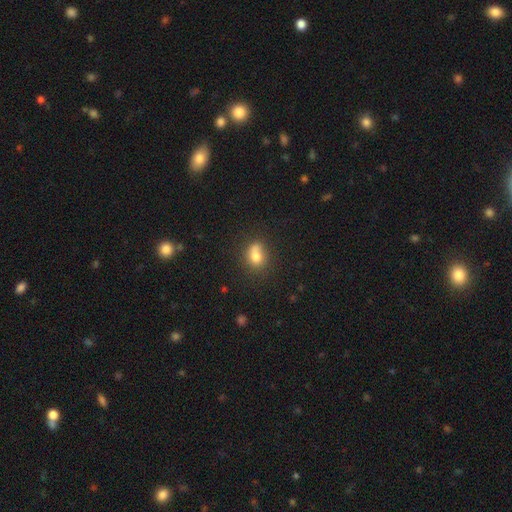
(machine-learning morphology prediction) smooth_or_featured: smooth (p=0.76) [alt: featured or disk p=0.13]
how_rounded: in between (p=0.50) [alt: round p=0.48]
merging: none (p=0.48) [alt: minor disturbance p=0.23]